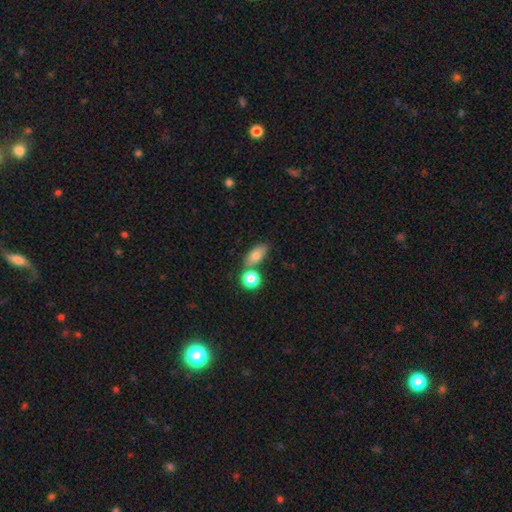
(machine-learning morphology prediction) Q: Smooth or featured?
A: smooth (76%); runner-up: featured or disk (14%)
Q: How rounded?
A: in between (79%); runner-up: round (13%)
Q: Merging?
A: none (63%); runner-up: merger (20%)